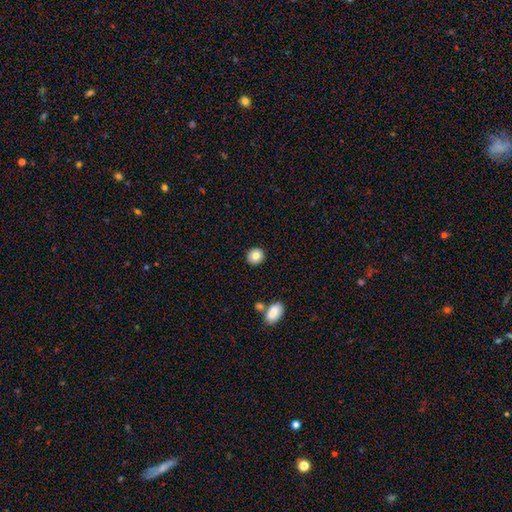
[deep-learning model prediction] Morphology: type=smooth (82%); roundness=round (90%); merging=none (90%).